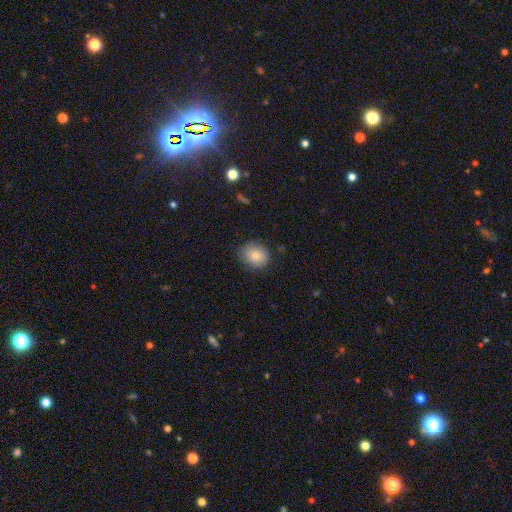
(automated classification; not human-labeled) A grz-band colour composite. It shows a smooth galaxy with no disk features (82%) that is round (60%). Merging: none (78%).